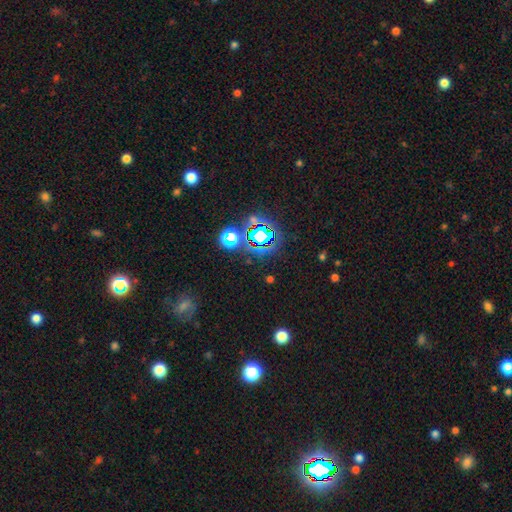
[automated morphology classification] smooth-or-featured: star or artifact: 71% | smooth: 20% | featured or disk: 9%